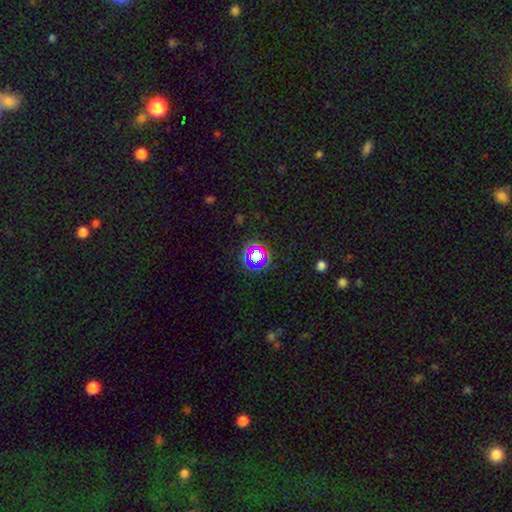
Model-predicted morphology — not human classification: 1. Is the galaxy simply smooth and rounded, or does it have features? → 58% star or artifact, 29% smooth, 13% featured or disk.